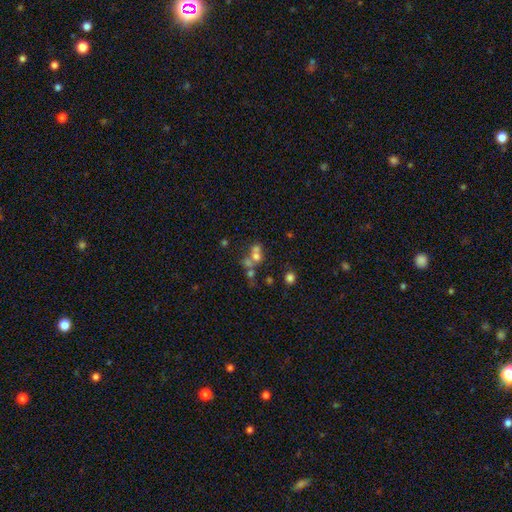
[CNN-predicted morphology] A smooth galaxy with no disk features (54%) that is round (69%).

Vote fractions:
- Smooth or featured? smooth: 54% / featured or disk: 26% / star or artifact: 20%
- How rounded? round: 69% / in between: 29% / cigar-shaped: 2%
- Merging? merger: 55% / none: 30% / minor disturbance: 8% / major disturbance: 7%